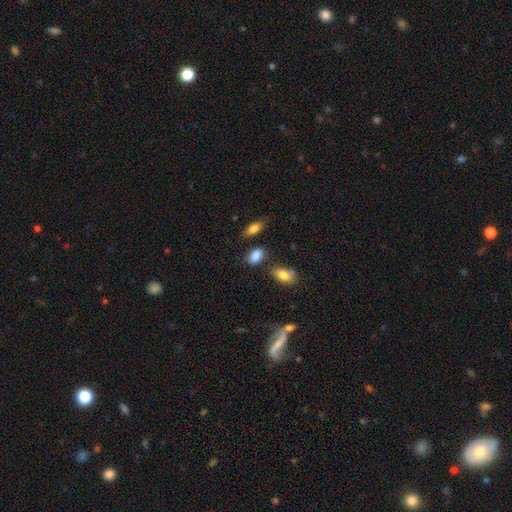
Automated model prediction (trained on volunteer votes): smooth 86%, star or artifact 8%, featured or disk 6%. Down the decision tree: how rounded — in between (88%); merging — none (73%).